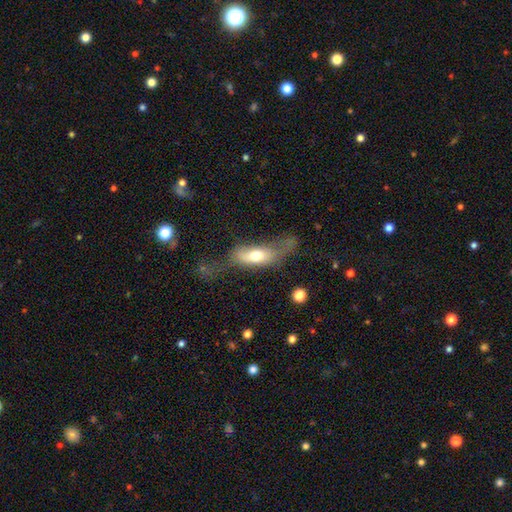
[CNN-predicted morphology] Smooth or featured: smooth — 58% (featured or disk — 35%)
How rounded: in between — 67% (cigar-shaped — 29%)
Merging: major disturbance — 41% (none — 27%)